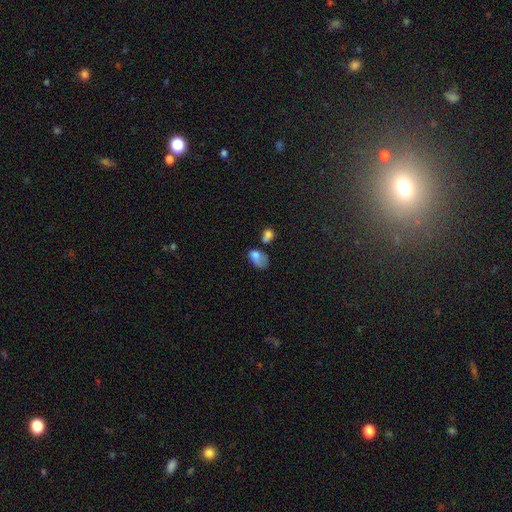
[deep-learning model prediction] This is likely a smooth galaxy (72%). How rounded: clearly in between (85%). Merging: marginally major disturbance (29%).